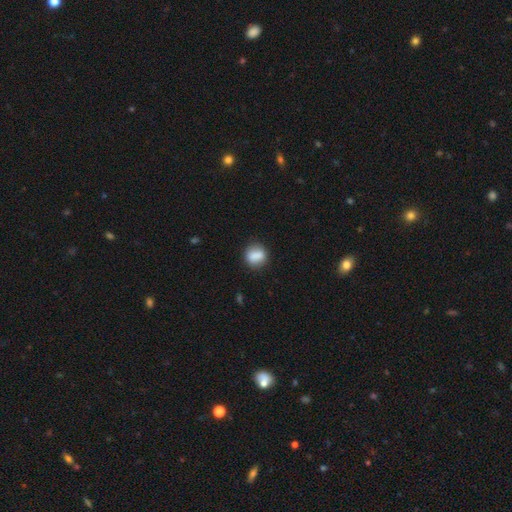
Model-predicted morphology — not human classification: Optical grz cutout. It shows a smooth galaxy with no disk features (81%) that is round (66%). Merging: none (78%).